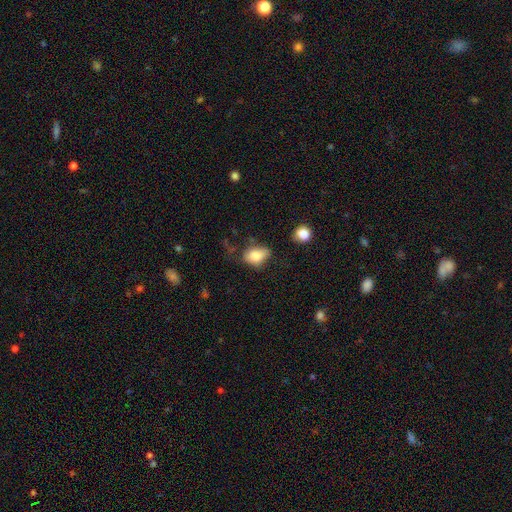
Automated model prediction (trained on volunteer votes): Smooth or featured? Predicted: smooth (p=0.80). How rounded? Predicted: in between (p=0.79). Merging? Predicted: none (p=0.48).